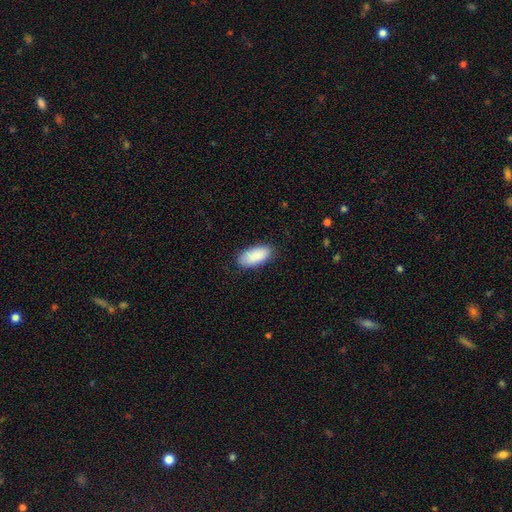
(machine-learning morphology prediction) The model was most divided on "merging": none: 84%, minor disturbance: 13%, major disturbance: 2%, merger: 1%. More confident: how rounded — in between (91%); smooth or featured — smooth (90%).